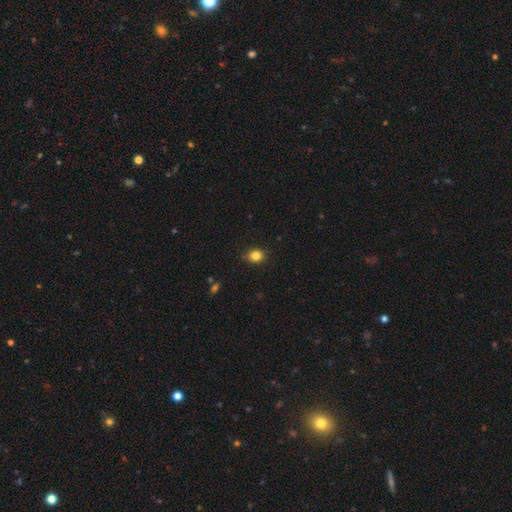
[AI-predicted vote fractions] smooth-or-featured: smooth: 84% | star or artifact: 11% | featured or disk: 5%
  how-rounded: round: 60% | in between: 39% | cigar-shaped: 1%
  merging: none: 86% | minor disturbance: 11% | major disturbance: 2% | merger: 1%